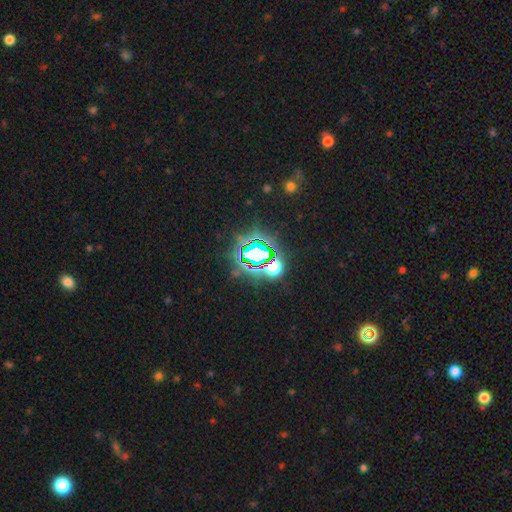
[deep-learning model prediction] Morphology: type=star or artifact (77%).